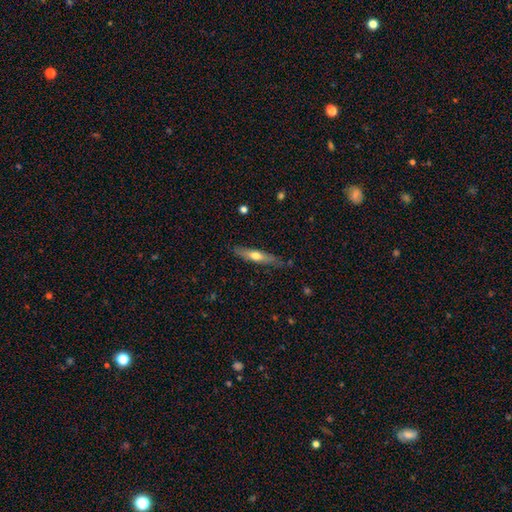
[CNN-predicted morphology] A smooth galaxy with no disk features (51%) that is cigar-shaped (81%).

Vote fractions:
- Smooth or featured? smooth: 51% / featured or disk: 43% / star or artifact: 6%
- How rounded? cigar-shaped: 81% / in between: 17% / round: 2%
- Merging? none: 80% / minor disturbance: 16% / major disturbance: 3% / merger: 2%